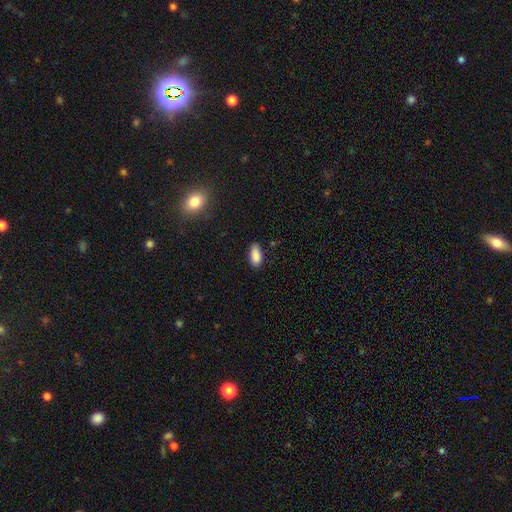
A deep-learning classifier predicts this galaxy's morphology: This is clearly a smooth galaxy (88%). How rounded: clearly in between (89%). Merging: likely none (79%).